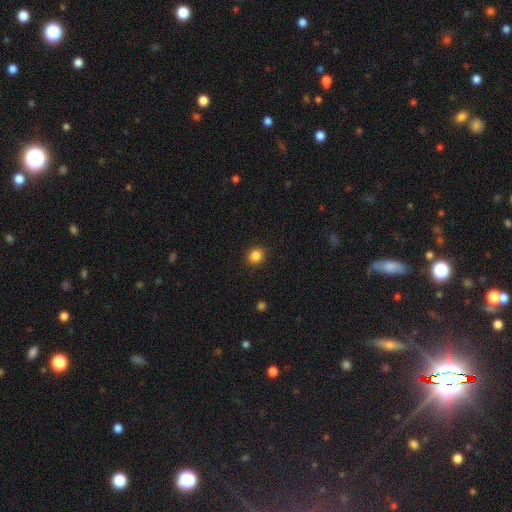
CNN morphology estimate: The model was most divided on "how rounded": round: 86%, in between: 13%, cigar-shaped: 1%. More confident: merging — none (91%); smooth or featured — smooth (86%).